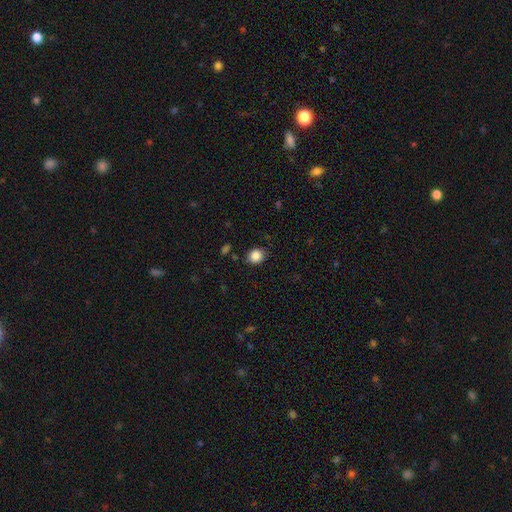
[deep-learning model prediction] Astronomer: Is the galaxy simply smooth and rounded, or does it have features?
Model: smooth — 86%.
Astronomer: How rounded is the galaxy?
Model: round — 71%.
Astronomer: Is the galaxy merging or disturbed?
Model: none — 84%.